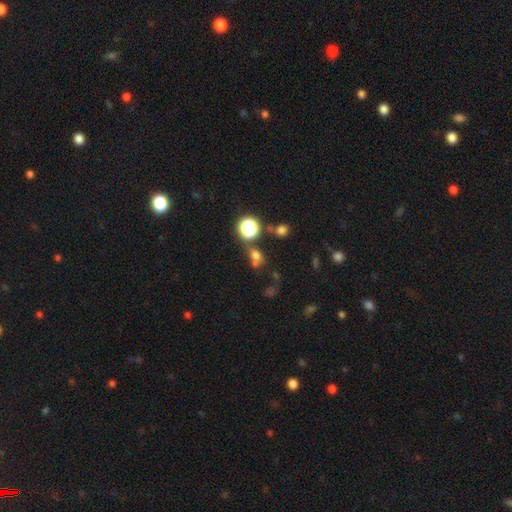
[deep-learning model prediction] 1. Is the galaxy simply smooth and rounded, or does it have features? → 61% smooth, 28% star or artifact, 10% featured or disk.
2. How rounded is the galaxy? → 58% round, 40% in between, 2% cigar-shaped.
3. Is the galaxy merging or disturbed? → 52% none, 25% merger, 14% minor disturbance, 8% major disturbance.